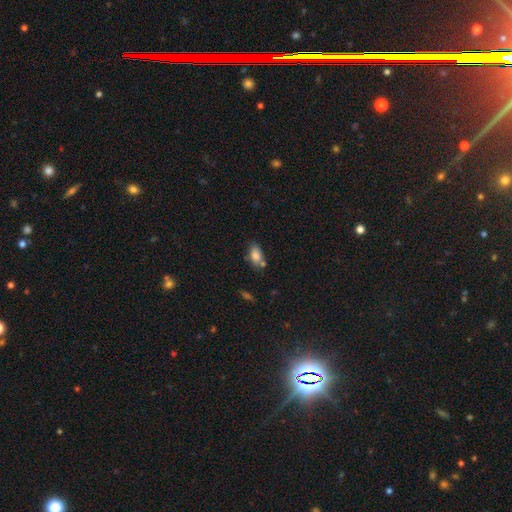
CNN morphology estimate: Overall: smooth (82%). How rounded: in between (89%). Merging: none (58%; minor disturbance 21%).